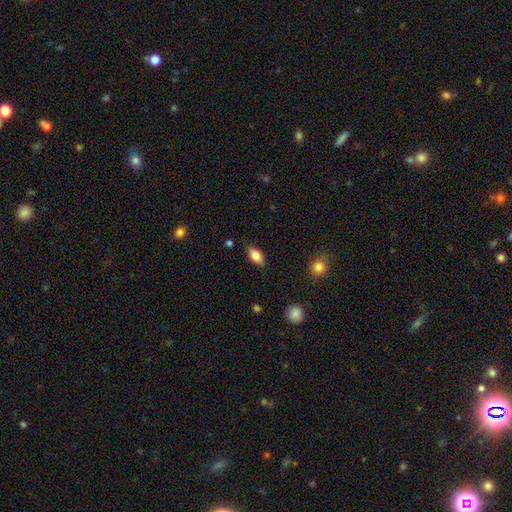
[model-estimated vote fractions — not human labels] Smooth or featured? Predicted: smooth (p=0.74). How rounded? Predicted: in between (p=0.84). Merging? Predicted: none (p=0.76).